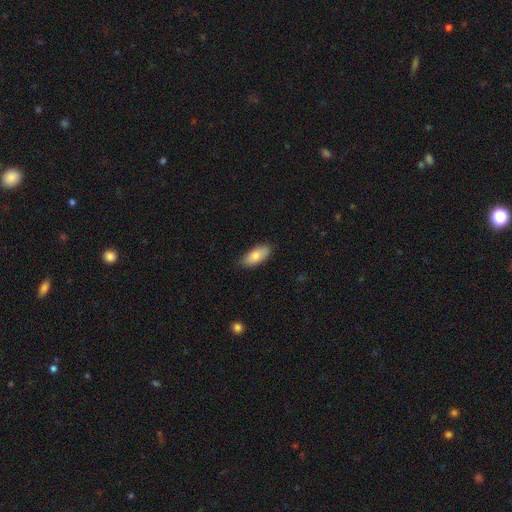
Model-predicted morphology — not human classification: A smooth galaxy with no disk features (80%) that is in between round and cigar-shaped (86%).

Vote fractions:
- Smooth or featured? smooth: 80% / featured or disk: 14% / star or artifact: 6%
- How rounded? in between: 86% / cigar-shaped: 11% / round: 2%
- Merging? none: 84% / minor disturbance: 13% / major disturbance: 2% / merger: 1%